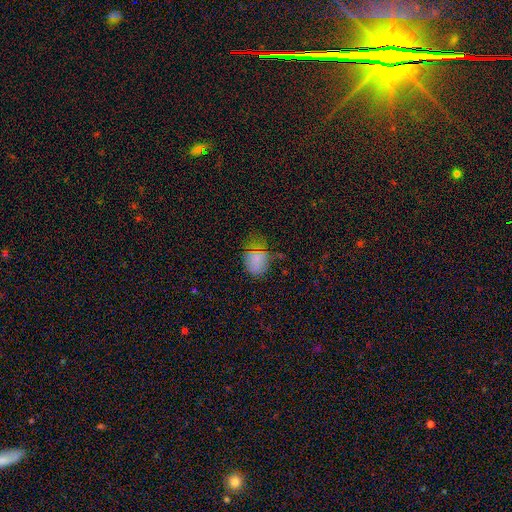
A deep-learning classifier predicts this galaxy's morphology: type=smooth (60%); roundness=in between (75%); merging=none (54%).